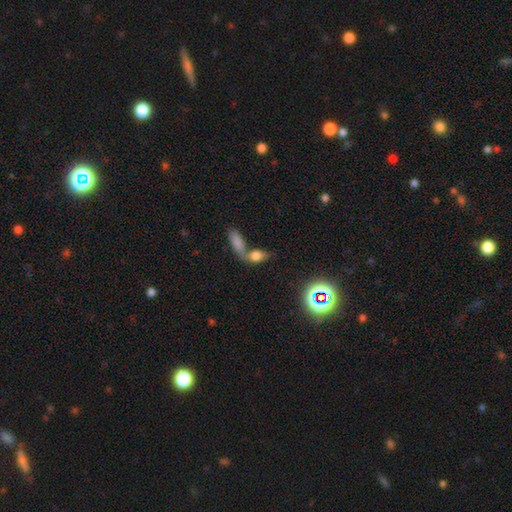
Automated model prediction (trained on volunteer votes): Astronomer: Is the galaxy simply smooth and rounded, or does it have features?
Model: smooth — 73%.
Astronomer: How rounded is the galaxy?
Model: in between — 79%.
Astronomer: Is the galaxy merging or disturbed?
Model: merger — 55%.